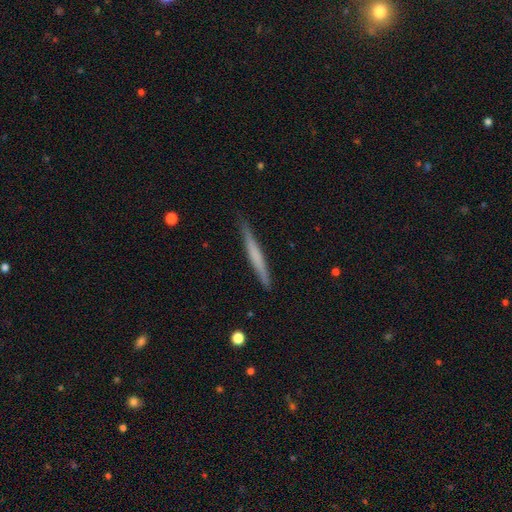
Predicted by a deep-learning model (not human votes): This is possibly a smooth galaxy (56%). How rounded: clearly cigar-shaped (97%). Merging: clearly none (88%).